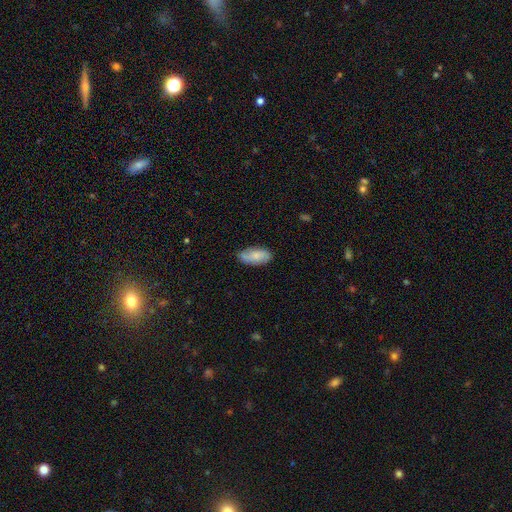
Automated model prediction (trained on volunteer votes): Morphology: type=smooth (71%); roundness=in between (91%); merging=none (78%).